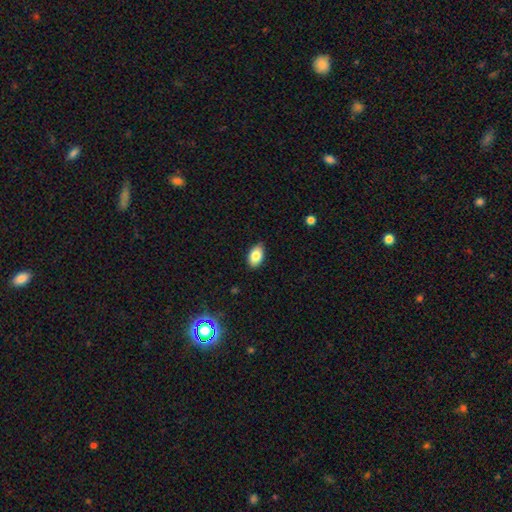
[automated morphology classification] This appears to be a smooth galaxy with no disk features (83%) that is in between round and cigar-shaped (91%). Merging: none (84%).